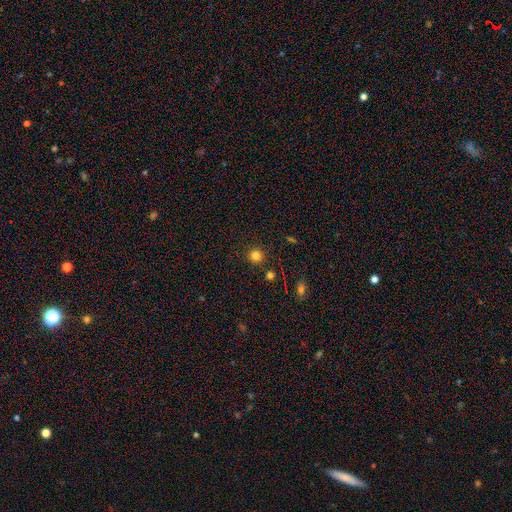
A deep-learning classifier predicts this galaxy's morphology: This is clearly a smooth galaxy (81%). How rounded: clearly round (93%). Merging: clearly none (87%).